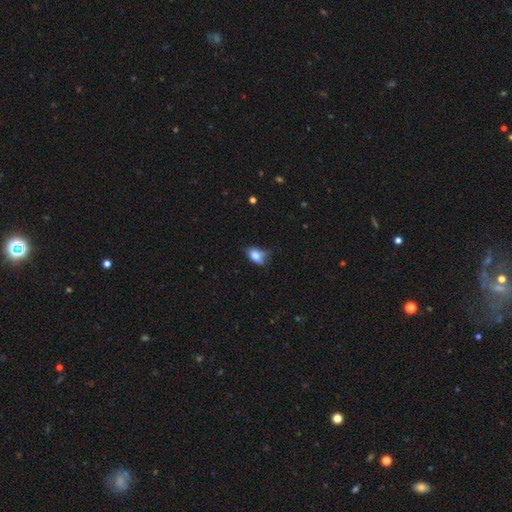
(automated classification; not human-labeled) A smooth galaxy with no disk features (79%) that is in between round and cigar-shaped (85%).

Vote fractions:
- Smooth or featured? smooth: 79% / featured or disk: 11% / star or artifact: 10%
- How rounded? in between: 85% / round: 12% / cigar-shaped: 3%
- Merging? none: 43% / minor disturbance: 38% / major disturbance: 13% / merger: 5%